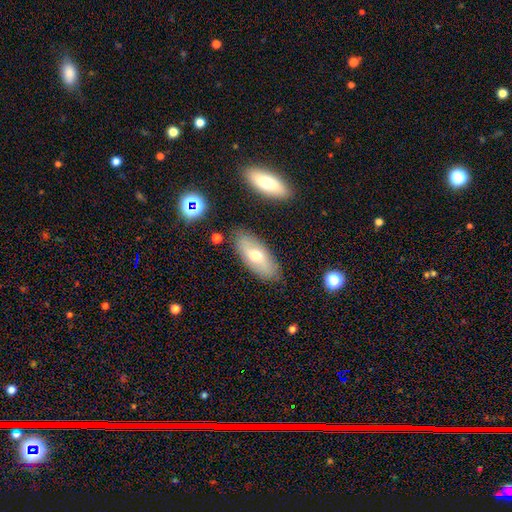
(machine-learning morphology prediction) smooth_or_featured: smooth (p=0.61) [alt: featured or disk p=0.31]
how_rounded: in between (p=0.85) [alt: cigar-shaped p=0.12]
merging: none (p=0.83) [alt: minor disturbance p=0.12]